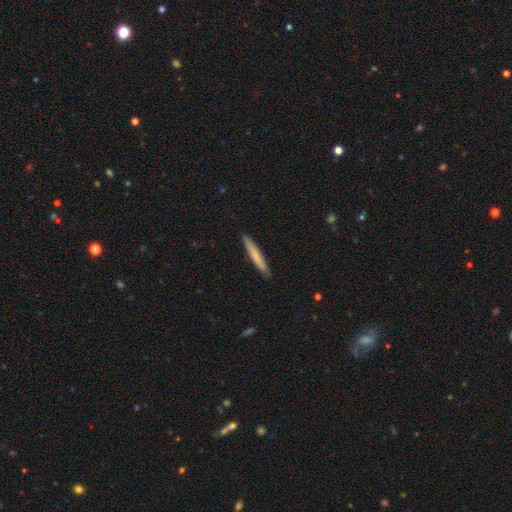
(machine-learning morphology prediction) Smooth or featured? Predicted: smooth (p=0.73). How rounded? Predicted: cigar-shaped (p=0.96). Merging? Predicted: none (p=0.91).